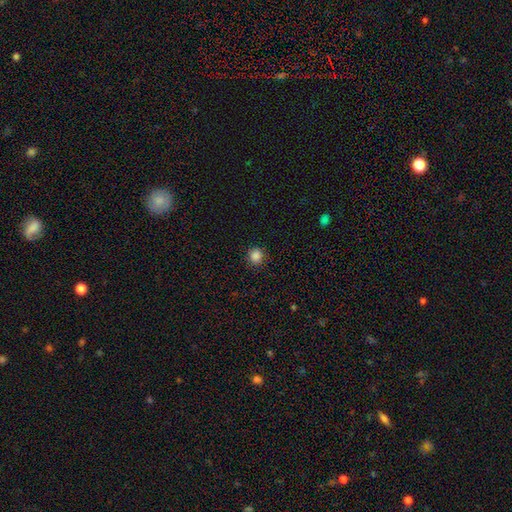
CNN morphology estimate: This is clearly a smooth galaxy (85%). How rounded: clearly round (93%). Merging: clearly none (91%).